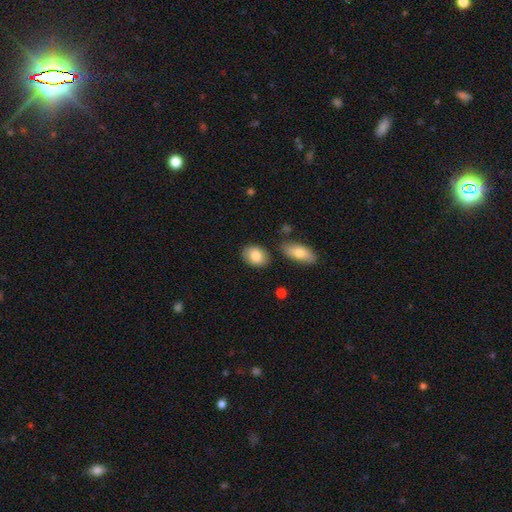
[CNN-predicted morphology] Q: Smooth or featured?
A: smooth (84%); runner-up: featured or disk (10%)
Q: How rounded?
A: in between (77%); runner-up: round (22%)
Q: Merging?
A: none (81%); runner-up: minor disturbance (11%)